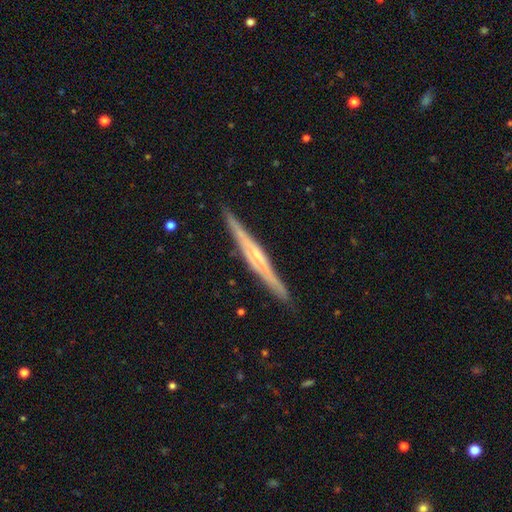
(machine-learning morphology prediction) This appears to be a featured or disk galaxy (77%) viewed edge-on (97%) with a rounded central bulge (42%). Merging: none (89%).